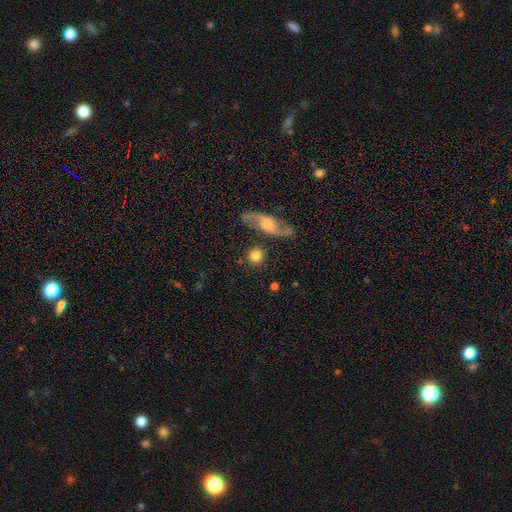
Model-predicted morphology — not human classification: Smooth or featured: smooth — 74% (featured or disk — 18%)
How rounded: round — 90% (in between — 7%)
Merging: none — 83% (minor disturbance — 8%)